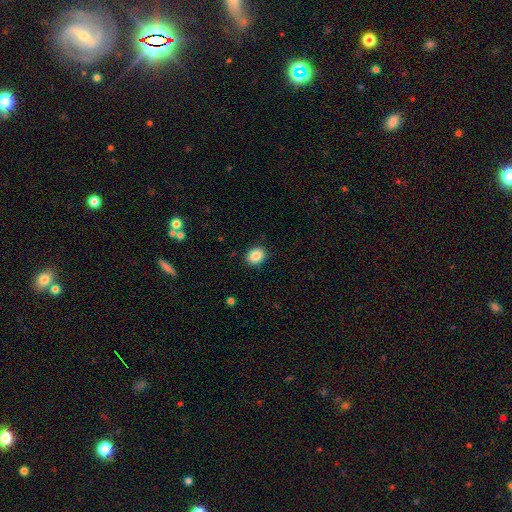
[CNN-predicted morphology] type=smooth (88%); roundness=in between (56%); merging=none (89%).